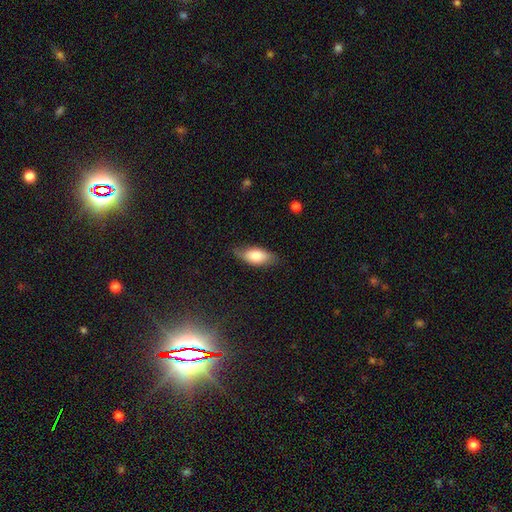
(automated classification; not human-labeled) Smooth or featured: smooth — 75% (featured or disk — 19%)
How rounded: in between — 85% (cigar-shaped — 12%)
Merging: none — 74% (minor disturbance — 21%)